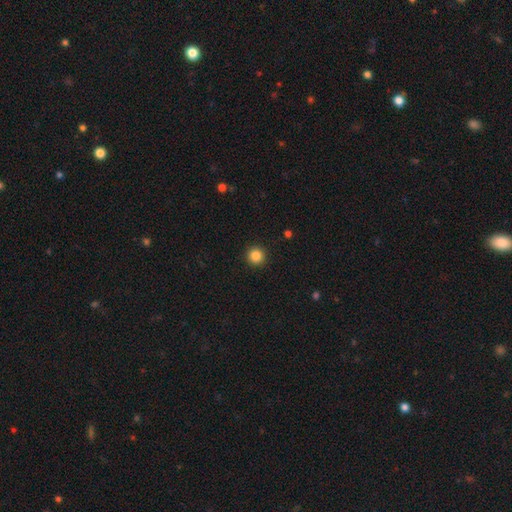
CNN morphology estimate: The model was most divided on "smooth or featured": smooth: 86%, star or artifact: 11%, featured or disk: 4%. More confident: how rounded — round (96%); merging — none (93%).